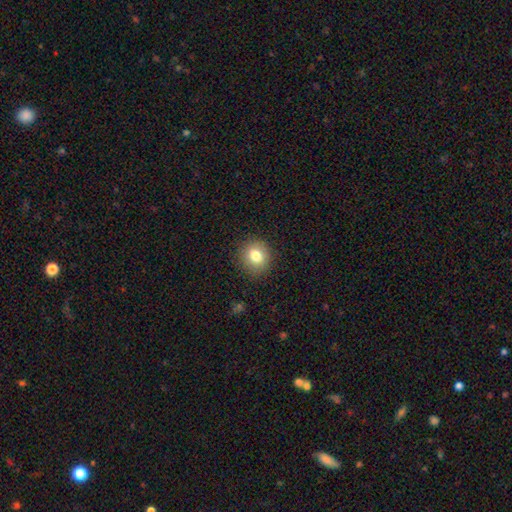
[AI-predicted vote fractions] Smooth or featured: smooth — 80% (star or artifact — 10%)
How rounded: round — 79% (in between — 20%)
Merging: none — 88% (minor disturbance — 8%)